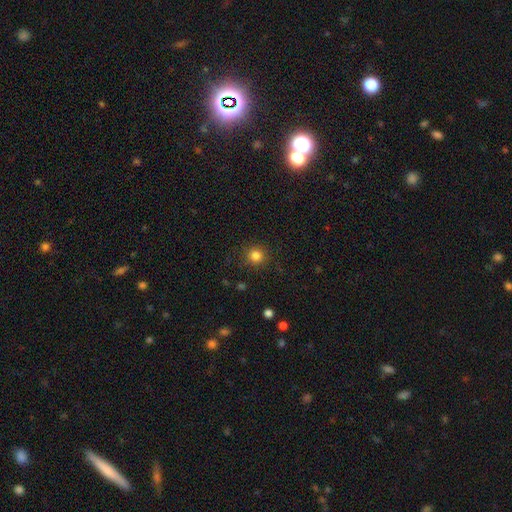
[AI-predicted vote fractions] A smooth galaxy with no disk features (83%) that is round (92%). Merging: none (89%).